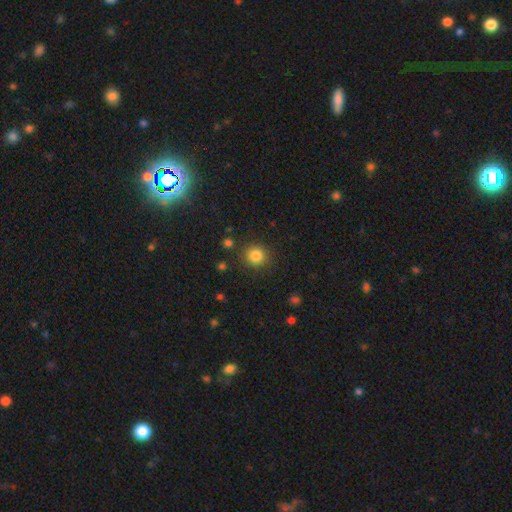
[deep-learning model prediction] Smooth or featured? smooth (83%)
How rounded? round (91%)
Merging? none (88%)